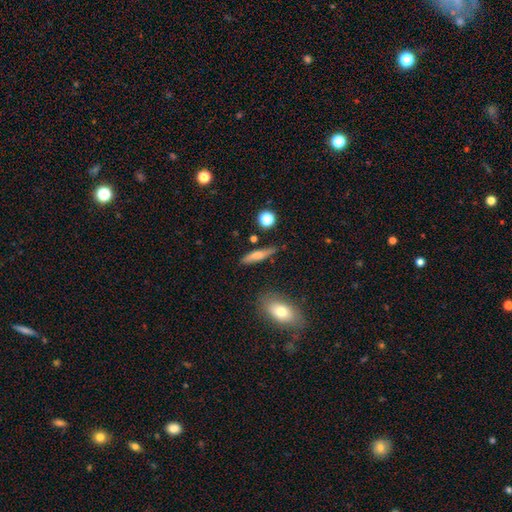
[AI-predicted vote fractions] A smooth galaxy with no disk features (68%) that is cigar-shaped (75%). Merging: none (79%).